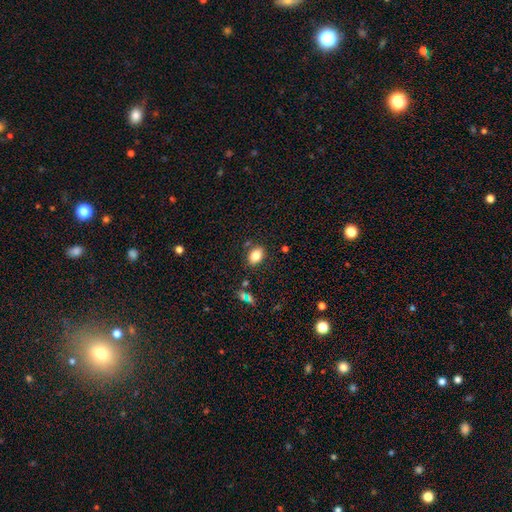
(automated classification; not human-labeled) Overall: smooth (82%). How rounded: in between (81%). Merging: none (82%).